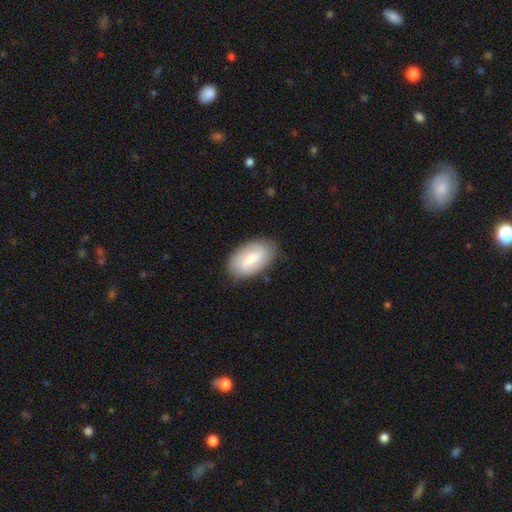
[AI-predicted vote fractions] Q: Smooth or featured?
A: smooth (56%); runner-up: featured or disk (38%)
Q: How rounded?
A: in between (93%); runner-up: round (4%)
Q: Merging?
A: none (82%); runner-up: minor disturbance (13%)